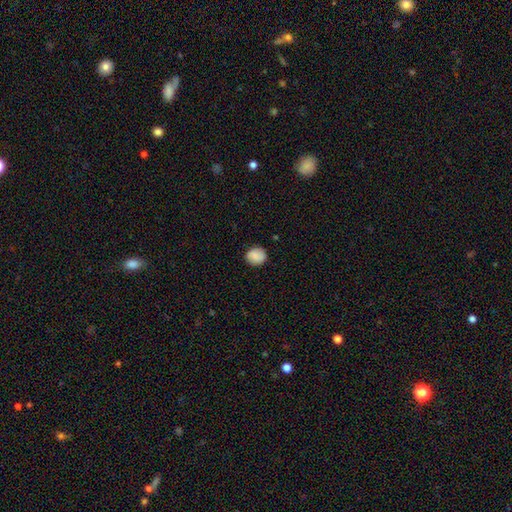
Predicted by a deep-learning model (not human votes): Smooth or featured?
  - smooth: 86% *
  - star or artifact: 8%
  - featured or disk: 6%
How rounded?
  - round: 76% *
  - in between: 23%
  - cigar-shaped: 1%
Merging?
  - none: 86% *
  - minor disturbance: 10%
  - major disturbance: 2%
  - merger: 1%